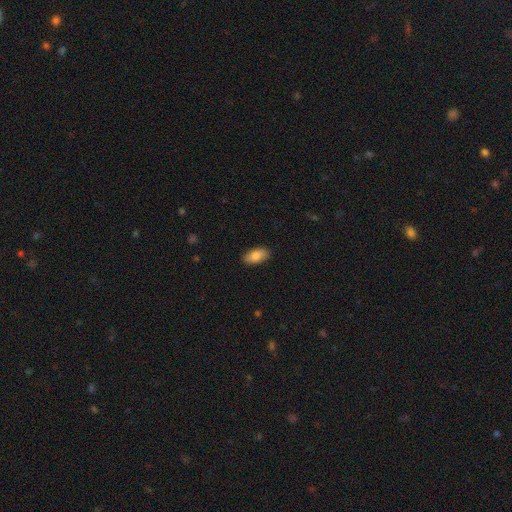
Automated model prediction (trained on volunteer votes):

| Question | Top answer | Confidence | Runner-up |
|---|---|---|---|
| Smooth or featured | smooth | 83% | featured or disk (10%) |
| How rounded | in between | 93% | cigar-shaped (4%) |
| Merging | none | 87% | minor disturbance (10%) |